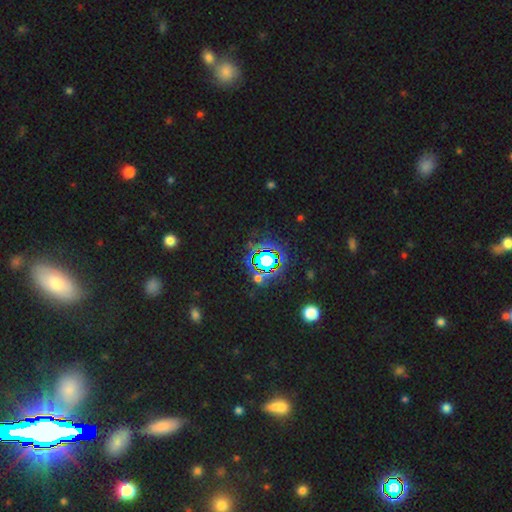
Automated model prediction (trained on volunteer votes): The model was most divided on "smooth or featured": star or artifact: 74%, smooth: 17%, featured or disk: 9%.